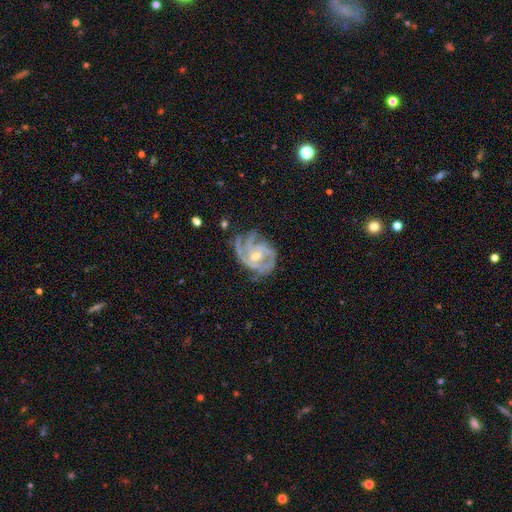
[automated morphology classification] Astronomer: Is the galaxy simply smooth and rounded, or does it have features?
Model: featured or disk — 89%.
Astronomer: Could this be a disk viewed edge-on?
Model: no — 98%.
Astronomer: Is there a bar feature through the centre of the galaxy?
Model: no — 50% (runner-up: weak, 37%).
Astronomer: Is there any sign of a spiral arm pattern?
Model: yes — 97%.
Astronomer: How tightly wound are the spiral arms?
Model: tight — 57% (runner-up: medium, 36%).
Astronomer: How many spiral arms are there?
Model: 3 — 46%.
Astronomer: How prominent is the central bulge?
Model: small — 50% (runner-up: moderate, 46%).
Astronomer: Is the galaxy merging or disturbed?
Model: none — 61%.